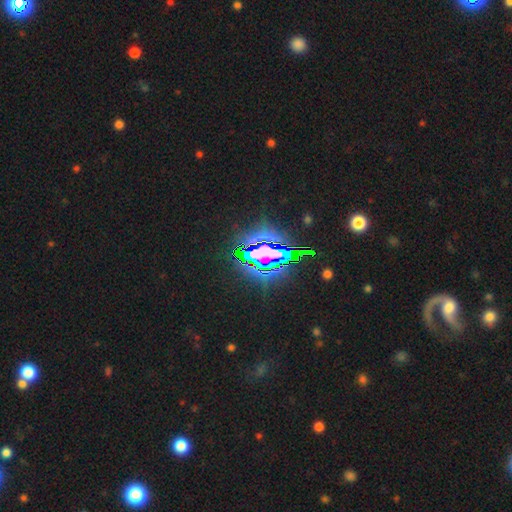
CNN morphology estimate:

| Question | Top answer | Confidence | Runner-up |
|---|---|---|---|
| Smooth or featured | star or artifact | 79% | featured or disk (11%) |